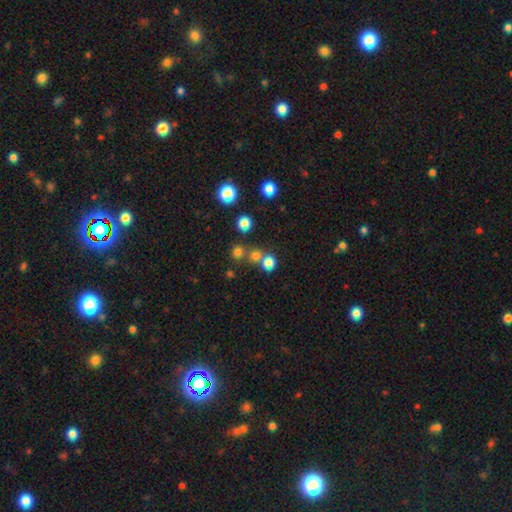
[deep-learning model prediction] Smooth or featured?
  - smooth: 73% *
  - star or artifact: 20%
  - featured or disk: 7%
How rounded?
  - round: 89% *
  - in between: 10%
  - cigar-shaped: 1%
Merging?
  - none: 64% *
  - merger: 27%
  - minor disturbance: 6%
  - major disturbance: 3%